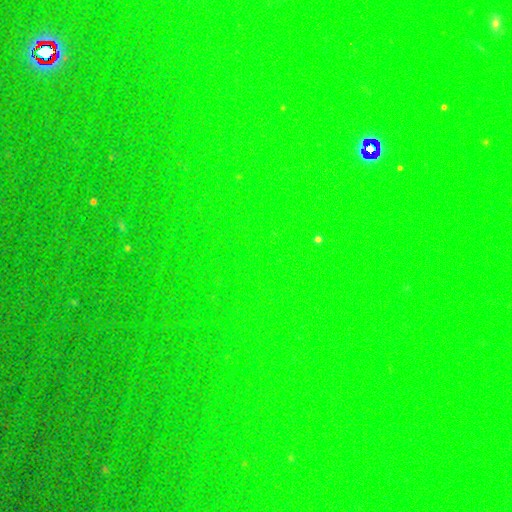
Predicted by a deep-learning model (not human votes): This appears to be a star or artifact, not a galaxy (80%).